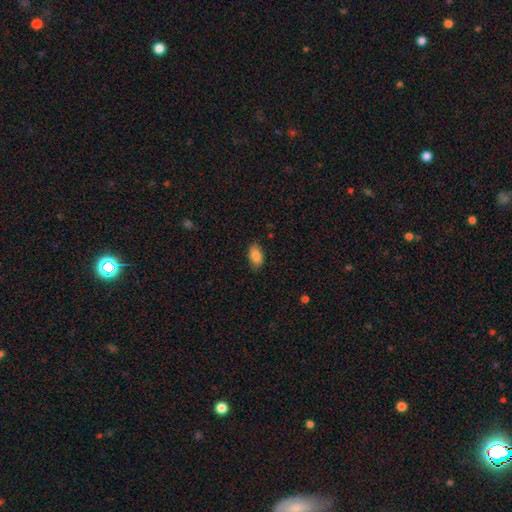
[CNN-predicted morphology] The model was most divided on "merging": none: 85%, minor disturbance: 11%, major disturbance: 2%, merger: 1%. More confident: how rounded — in between (93%); smooth or featured — smooth (87%).